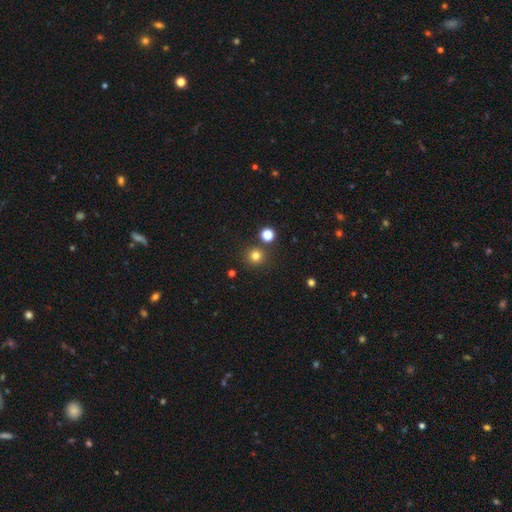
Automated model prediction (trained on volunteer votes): smooth_or_featured: smooth (p=0.78) [alt: star or artifact p=0.17]
how_rounded: round (p=0.94) [alt: in between p=0.05]
merging: none (p=0.85) [alt: merger p=0.06]